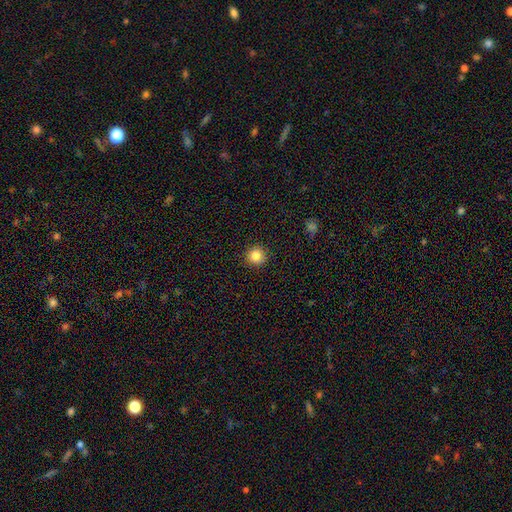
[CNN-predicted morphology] type=smooth (85%); roundness=round (95%); merging=none (91%).